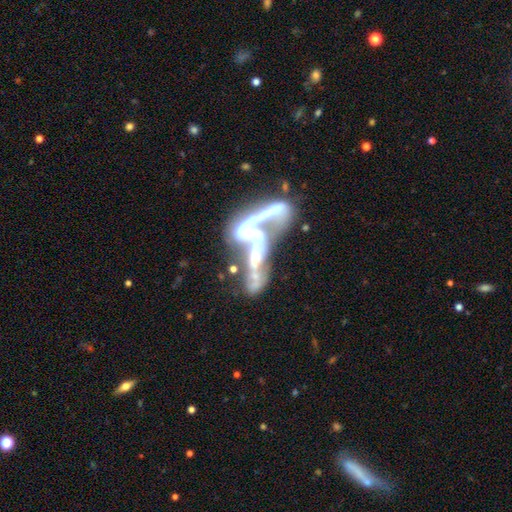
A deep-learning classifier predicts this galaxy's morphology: Overall: featured or disk (68%). Edge-on disk: no (87%). Bar: no (66%). Spiral arms: no (64%; yes 36%). Bulge size: none (43%; moderate 25%). Merging: merger (69%).